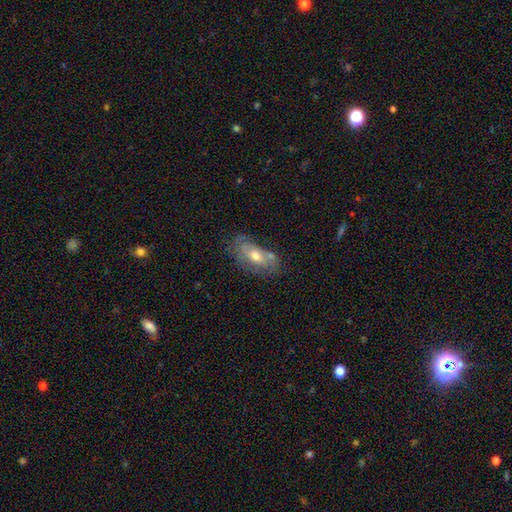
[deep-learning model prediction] Smooth or featured? Predicted: featured or disk (p=0.49). Merging? Predicted: none (p=0.54).